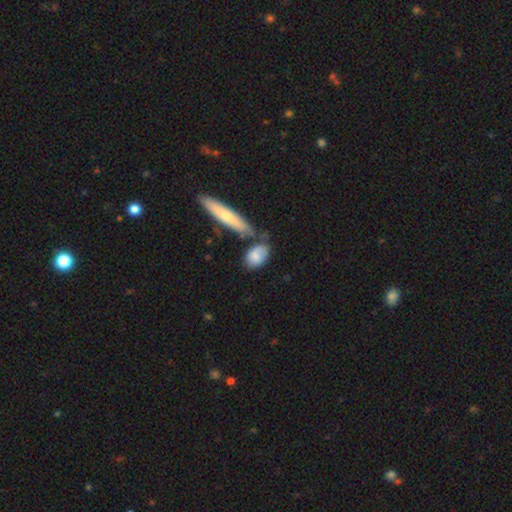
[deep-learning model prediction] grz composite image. It shows a smooth galaxy with no disk features (77%) that is in between round and cigar-shaped (78%). Merging: none (53%).